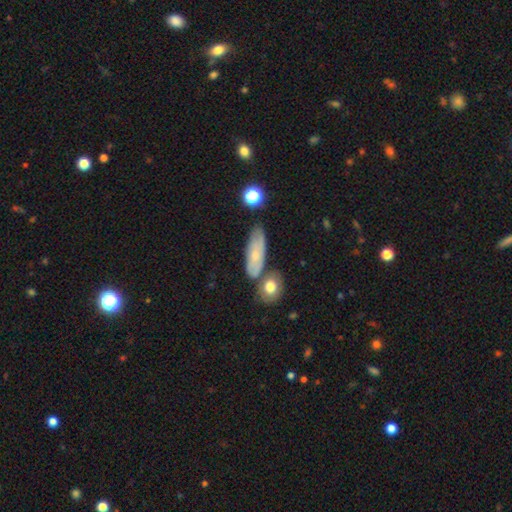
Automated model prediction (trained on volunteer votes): Overall: smooth (57%; featured or disk 34%). How rounded: in between (63%; cigar-shaped 32%). Merging: none (61%).